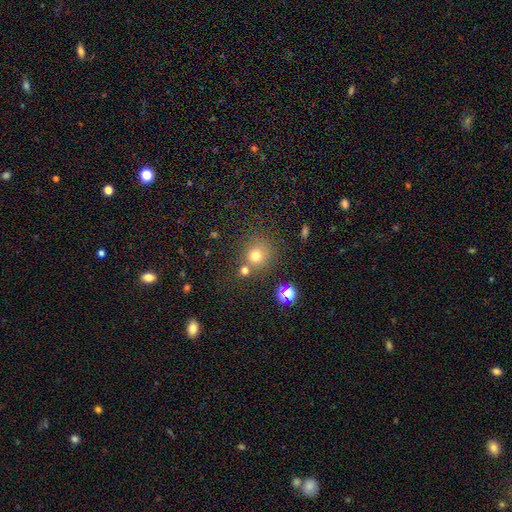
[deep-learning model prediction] This is likely a smooth galaxy (72%). How rounded: clearly round (88%). Merging: likely none (66%).